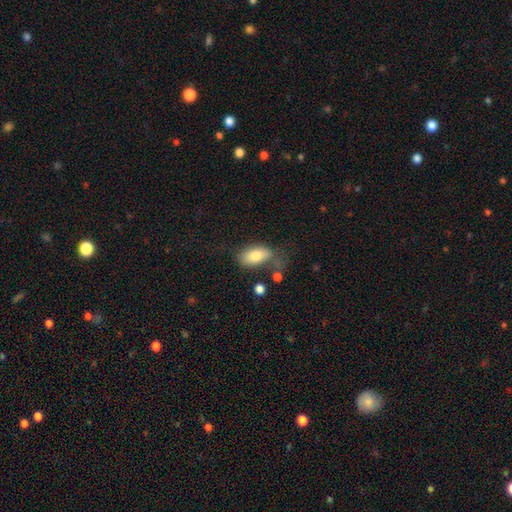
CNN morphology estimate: Overall: smooth (77%). How rounded: in between (91%). Merging: none (51%; minor disturbance 25%).